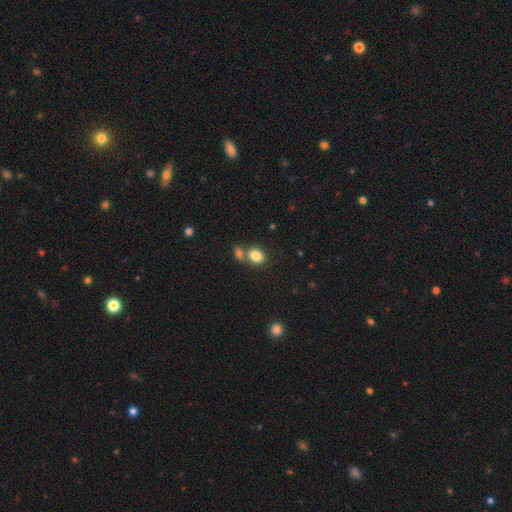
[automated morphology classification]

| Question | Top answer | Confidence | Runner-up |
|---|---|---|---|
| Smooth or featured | smooth | 83% | star or artifact (10%) |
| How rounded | round | 51% | in between (48%) |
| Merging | none | 55% | merger (32%) |